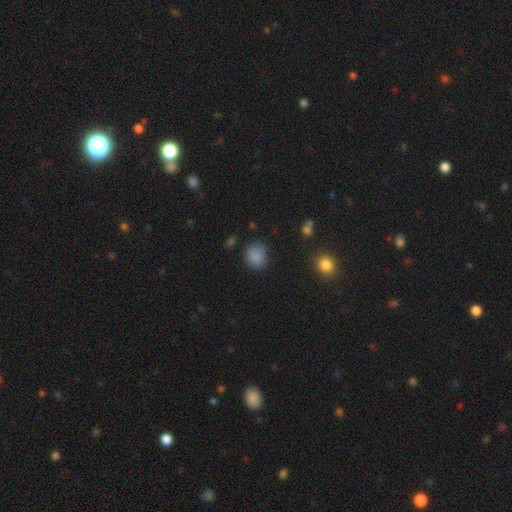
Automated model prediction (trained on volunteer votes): A smooth galaxy with no disk features (84%) that is round (79%).

Vote fractions:
- Smooth or featured? smooth: 84% / star or artifact: 12% / featured or disk: 5%
- How rounded? round: 79% / in between: 20% / cigar-shaped: 1%
- Merging? none: 77% / minor disturbance: 17% / major disturbance: 4% / merger: 2%